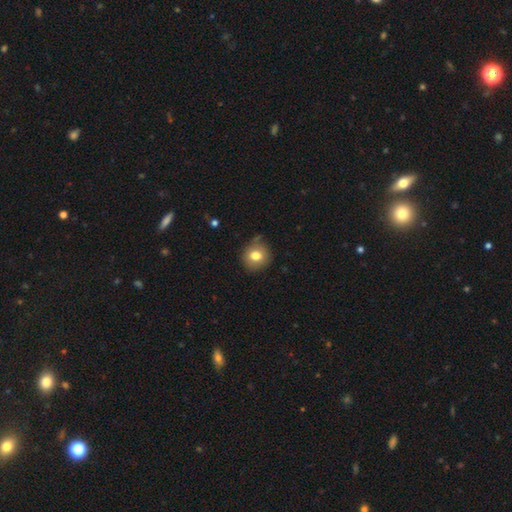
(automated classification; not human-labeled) smooth_or_featured: smooth (p=0.78) [alt: featured or disk p=0.12]
how_rounded: round (p=0.86) [alt: in between p=0.13]
merging: none (p=0.80) [alt: minor disturbance p=0.15]